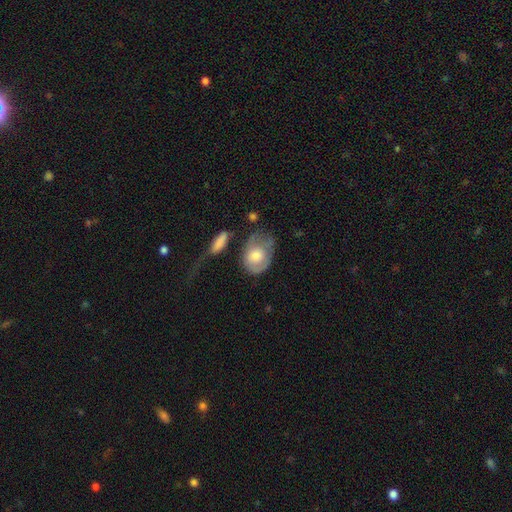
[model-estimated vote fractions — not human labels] This is possibly a smooth galaxy (57%). How rounded: likely in between (68%). Merging: marginally none (33%).